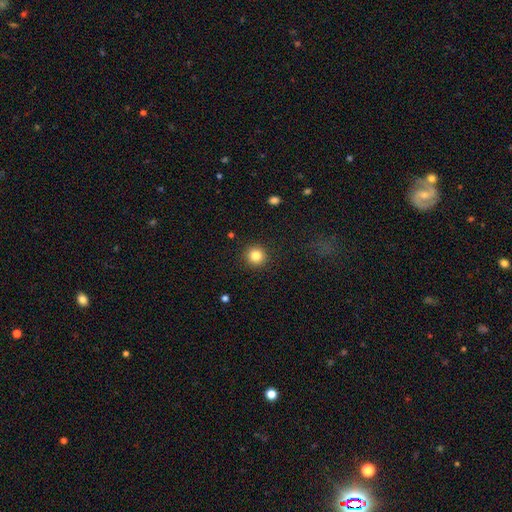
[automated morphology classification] Overall: smooth (84%). How rounded: round (94%). Merging: none (91%).